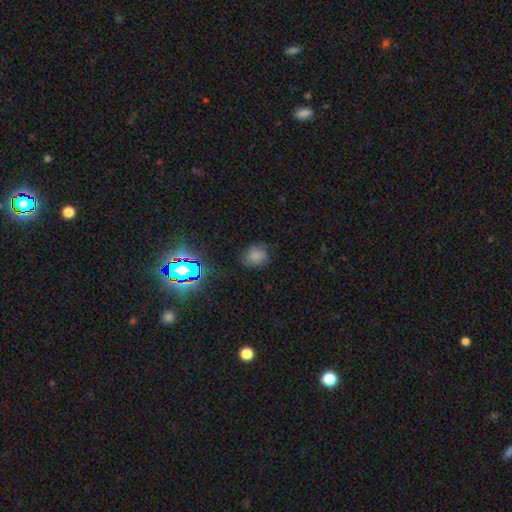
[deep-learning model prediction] Smooth or featured? smooth (74%)
How rounded? round (57%)
Merging? none (75%)